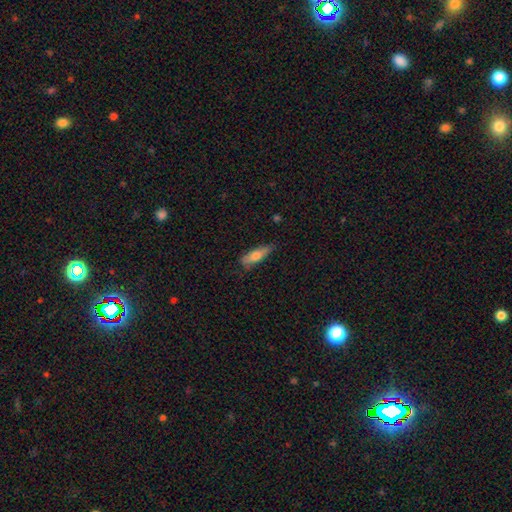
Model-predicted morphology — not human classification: This is likely a smooth galaxy (69%). How rounded: possibly cigar-shaped (53%). Merging: likely none (68%).